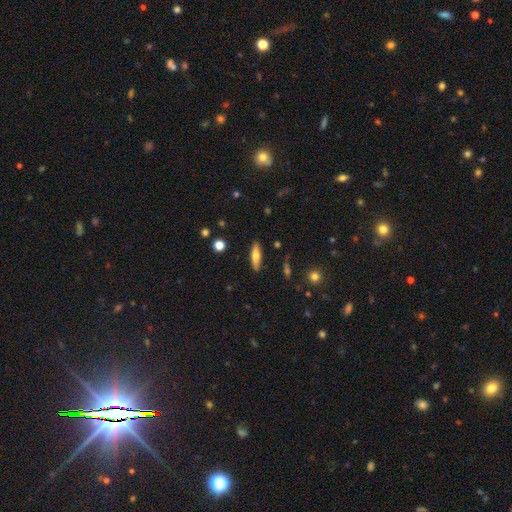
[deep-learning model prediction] Smooth or featured? Predicted: smooth (p=0.63). How rounded? Predicted: cigar-shaped (p=0.63). Merging? Predicted: none (p=0.87).